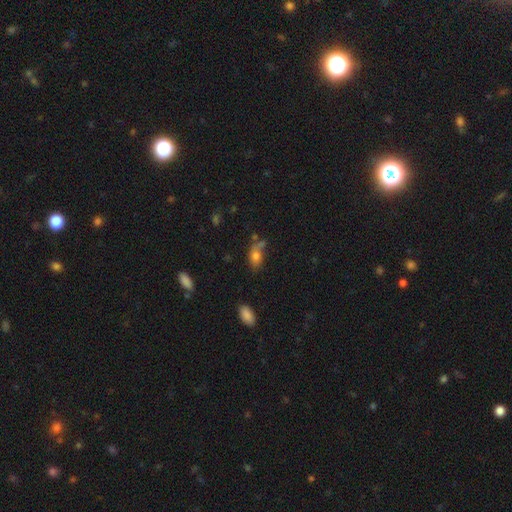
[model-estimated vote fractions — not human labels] smooth-or-featured: smooth: 77% | featured or disk: 12% | star or artifact: 10%
  how-rounded: in between: 84% | round: 13% | cigar-shaped: 3%
  merging: none: 47% | minor disturbance: 24% | merger: 19% | major disturbance: 10%